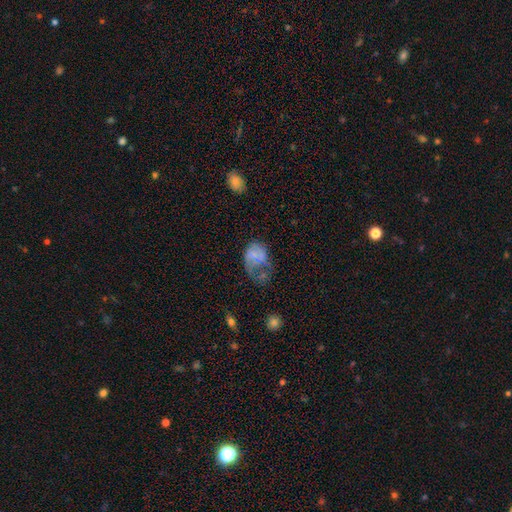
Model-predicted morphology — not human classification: smooth-or-featured: smooth: 50% | featured or disk: 38% | star or artifact: 12%
  how-rounded: in between: 67% | round: 31% | cigar-shaped: 1%
  merging: major disturbance: 53% | minor disturbance: 22% | none: 19% | merger: 7%